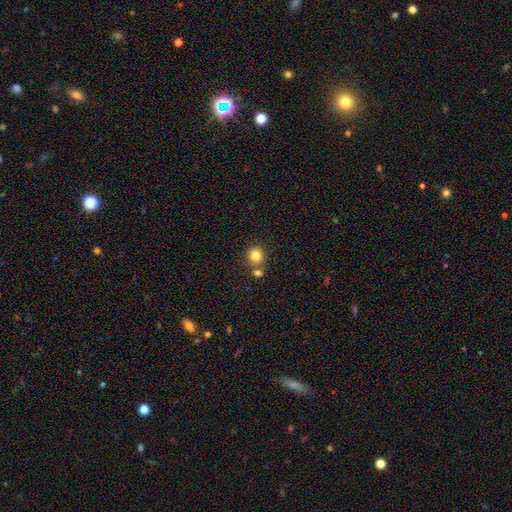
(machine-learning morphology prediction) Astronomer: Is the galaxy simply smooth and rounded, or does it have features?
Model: smooth — 81%.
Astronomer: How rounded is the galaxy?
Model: round — 87%.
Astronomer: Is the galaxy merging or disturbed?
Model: none — 68%.